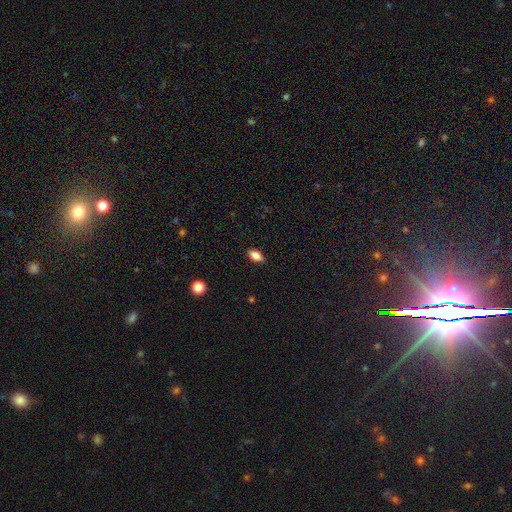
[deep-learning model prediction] Smooth or featured: smooth — 82% (featured or disk — 10%)
How rounded: in between — 88% (round — 6%)
Merging: none — 88% (minor disturbance — 9%)